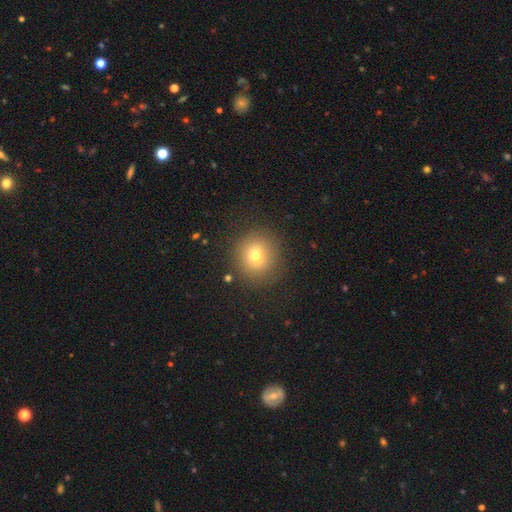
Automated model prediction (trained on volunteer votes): A smooth galaxy with no disk features (72%) that is round (92%). Merging: none (87%).